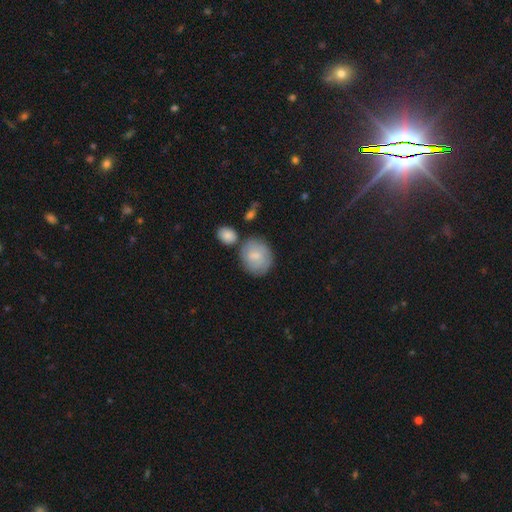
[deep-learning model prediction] Smooth or featured? smooth (72%)
How rounded? round (70%)
Merging? none (66%)